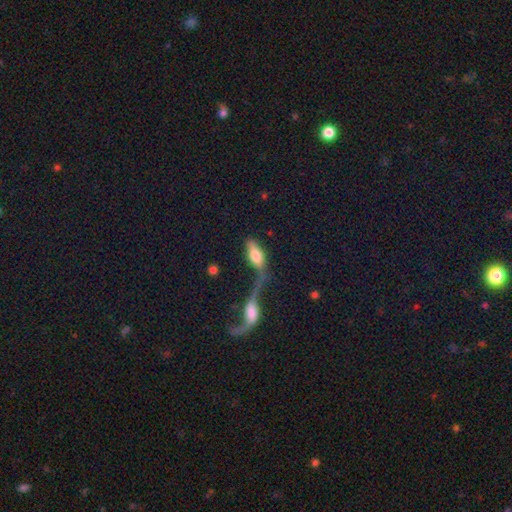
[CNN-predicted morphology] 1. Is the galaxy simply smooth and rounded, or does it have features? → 66% smooth, 26% featured or disk, 8% star or artifact.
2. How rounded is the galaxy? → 80% in between, 16% cigar-shaped, 4% round.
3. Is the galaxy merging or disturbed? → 63% merger, 19% none, 10% major disturbance, 9% minor disturbance.